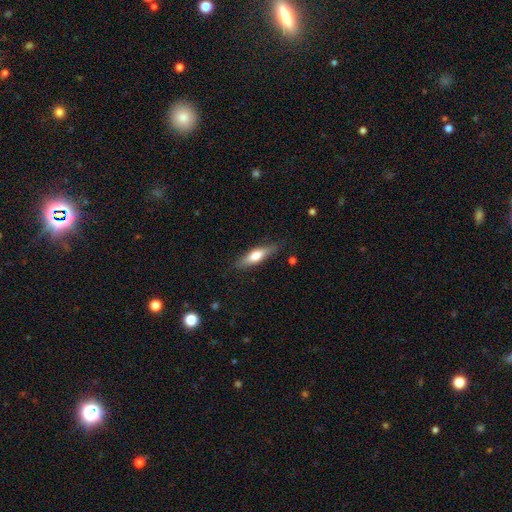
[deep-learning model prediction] This is likely a smooth galaxy (61%). How rounded: likely cigar-shaped (61%). Merging: clearly none (82%).